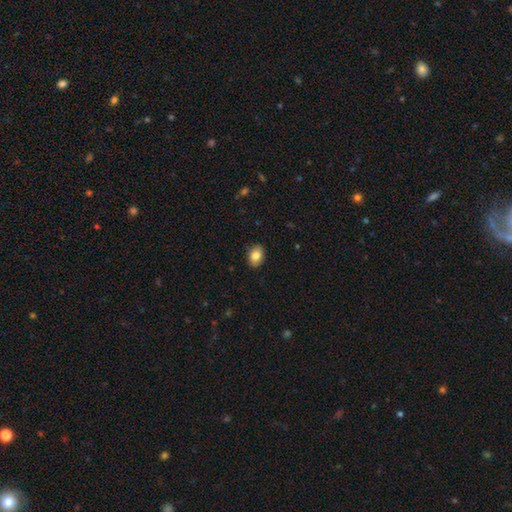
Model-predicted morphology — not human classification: Q: Smooth or featured?
A: smooth (83%); runner-up: featured or disk (9%)
Q: How rounded?
A: in between (75%); runner-up: round (24%)
Q: Merging?
A: none (88%); runner-up: minor disturbance (9%)